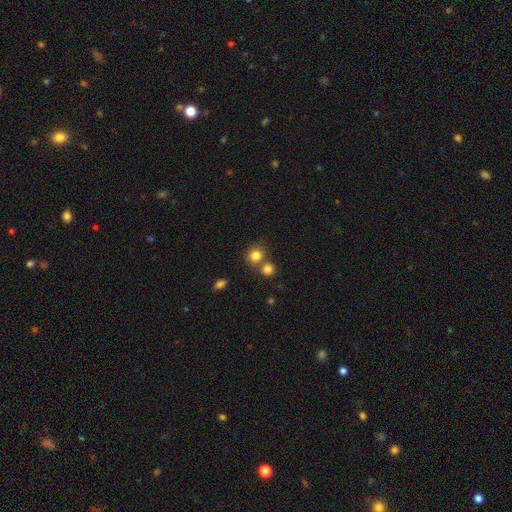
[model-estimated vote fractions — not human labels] Smooth or featured? Predicted: smooth (p=0.81). How rounded? Predicted: round (p=0.83). Merging? Predicted: none (p=0.59).